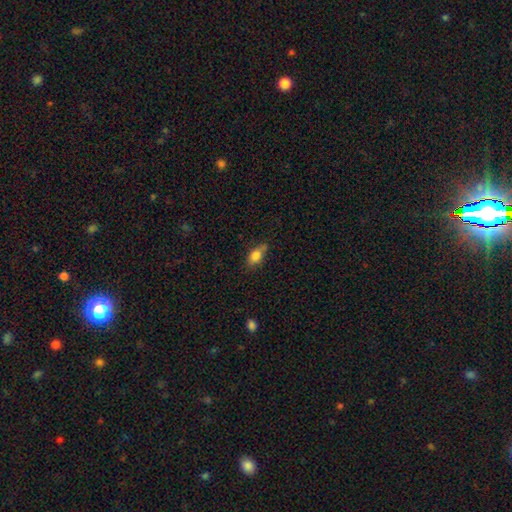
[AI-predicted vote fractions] Smooth or featured: smooth — 79% (featured or disk — 12%)
How rounded: in between — 84% (cigar-shaped — 8%)
Merging: none — 68% (minor disturbance — 23%)